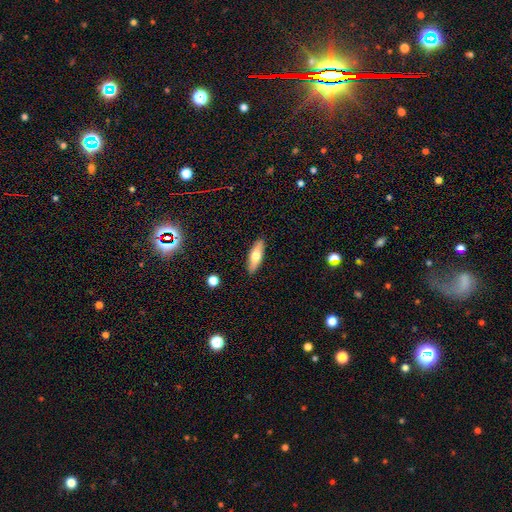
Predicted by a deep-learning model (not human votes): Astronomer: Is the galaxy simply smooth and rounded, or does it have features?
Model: smooth — 64%.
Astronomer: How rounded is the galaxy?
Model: in between — 55% (runner-up: cigar-shaped, 42%).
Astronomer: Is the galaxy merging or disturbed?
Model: none — 89%.